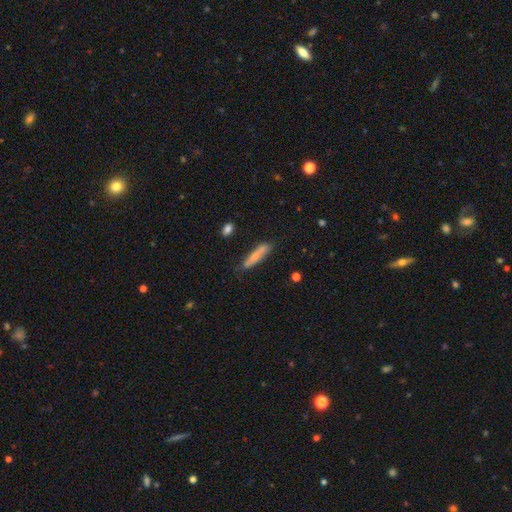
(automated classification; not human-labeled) smooth 73%, featured or disk 21%, star or artifact 7%. Down the decision tree: how rounded — cigar-shaped (82%); merging — none (72%).